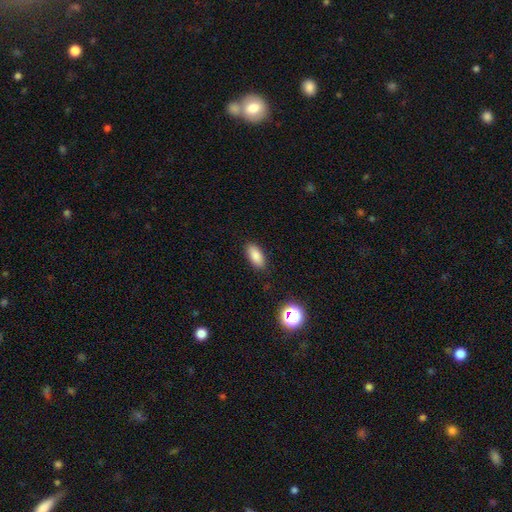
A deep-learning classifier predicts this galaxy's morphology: A smooth galaxy with no disk features (85%) that is in between round and cigar-shaped (88%).

Vote fractions:
- Smooth or featured? smooth: 85% / star or artifact: 9% / featured or disk: 6%
- How rounded? in between: 88% / cigar-shaped: 9% / round: 3%
- Merging? none: 88% / minor disturbance: 9% / major disturbance: 2% / merger: 1%